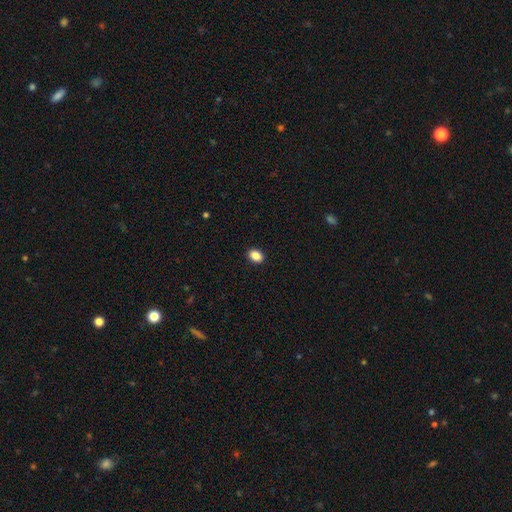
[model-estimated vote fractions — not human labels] The model was most divided on "how rounded": in between: 75%, round: 24%, cigar-shaped: 1%. More confident: merging — none (91%); smooth or featured — smooth (88%).